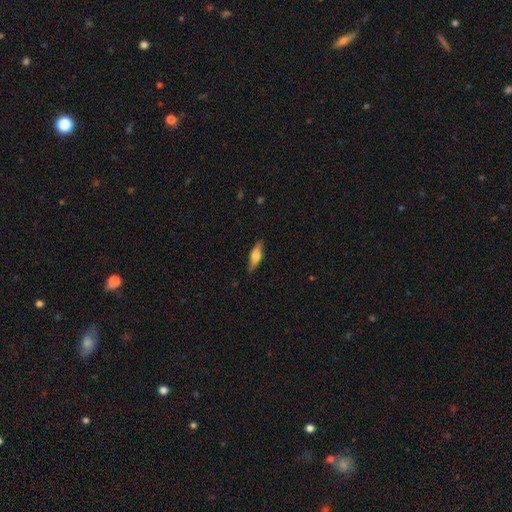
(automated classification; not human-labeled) Smooth or featured: smooth — 57% (featured or disk — 37%)
How rounded: cigar-shaped — 51% (in between — 46%)
Merging: none — 85% (minor disturbance — 11%)